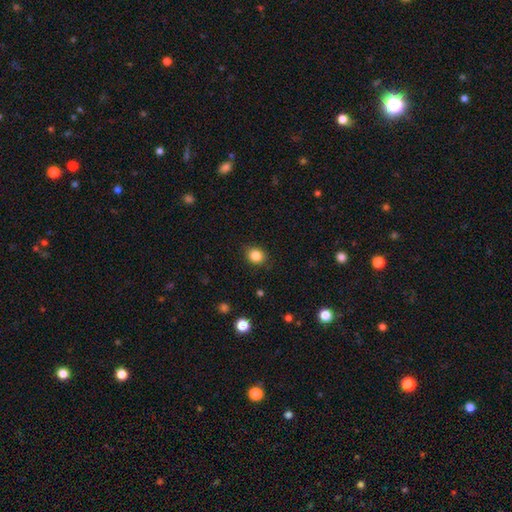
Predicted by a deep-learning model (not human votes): smooth-or-featured: smooth: 85% | star or artifact: 11% | featured or disk: 4%
  how-rounded: round: 73% | in between: 26% | cigar-shaped: 1%
  merging: none: 87% | minor disturbance: 10% | major disturbance: 2% | merger: 1%